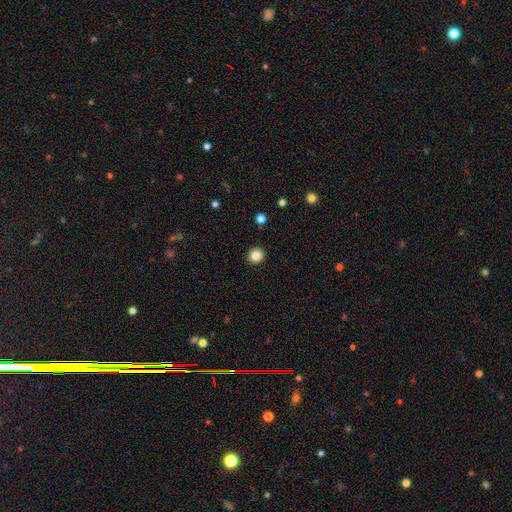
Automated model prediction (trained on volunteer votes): smooth 85%, star or artifact 11%, featured or disk 4%. Down the decision tree: how rounded — round (93%); merging — none (93%).